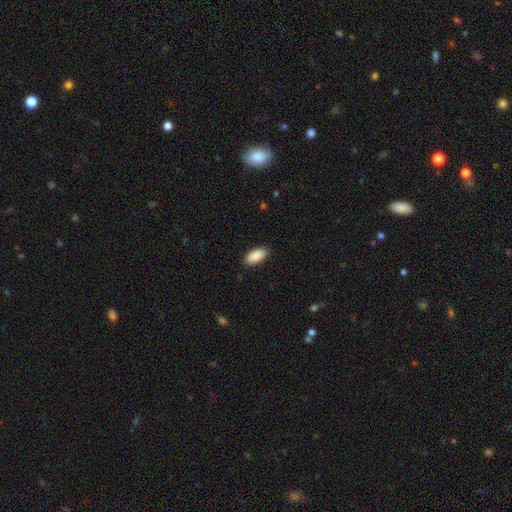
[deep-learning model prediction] Smooth or featured? Predicted: smooth (p=0.90). How rounded? Predicted: in between (p=0.93). Merging? Predicted: none (p=0.89).